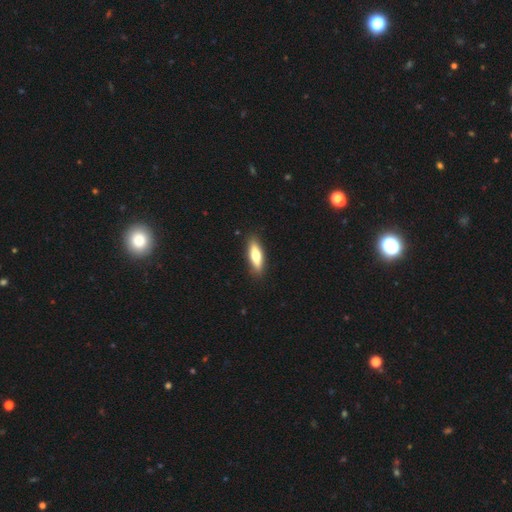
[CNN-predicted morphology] Smooth or featured?
  - smooth: 60% *
  - featured or disk: 34%
  - star or artifact: 5%
How rounded?
  - cigar-shaped: 55% *
  - in between: 42%
  - round: 2%
Merging?
  - none: 89% *
  - minor disturbance: 8%
  - major disturbance: 2%
  - merger: 1%